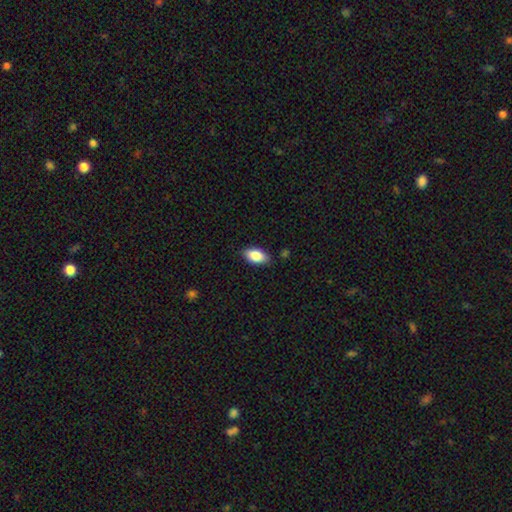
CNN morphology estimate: Smooth or featured: smooth — 84% (featured or disk — 9%)
How rounded: in between — 92% (cigar-shaped — 4%)
Merging: none — 83% (minor disturbance — 13%)